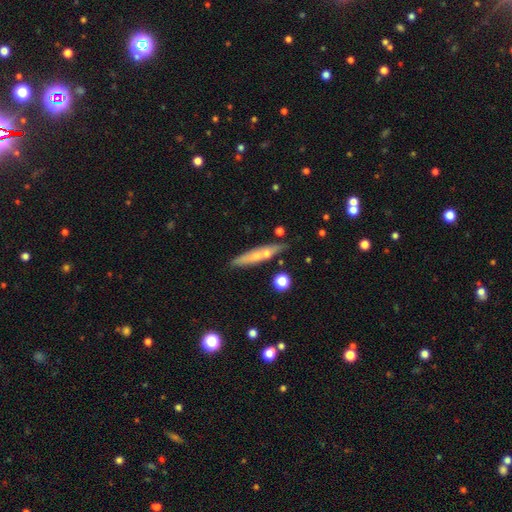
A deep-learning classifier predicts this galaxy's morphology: smooth-or-featured: smooth: 51% | featured or disk: 41% | star or artifact: 8%
  how-rounded: cigar-shaped: 85% | in between: 13% | round: 3%
  merging: none: 75% | minor disturbance: 13% | merger: 9% | major disturbance: 3%